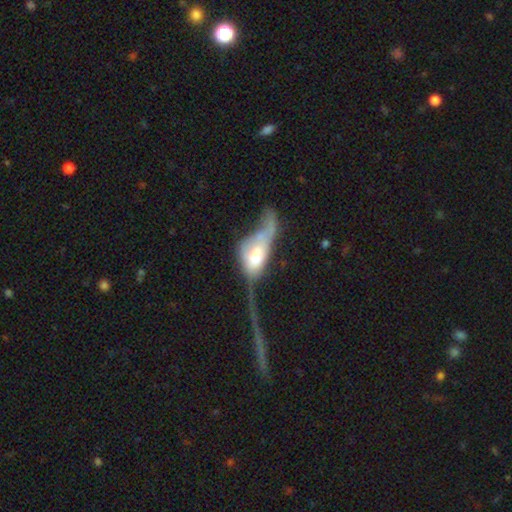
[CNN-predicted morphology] smooth 49%, featured or disk 43%, star or artifact 8%. Down the decision tree: merging — major disturbance (58%).